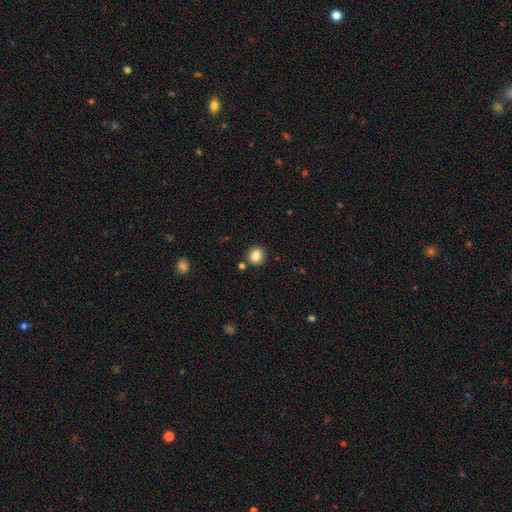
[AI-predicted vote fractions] The model was most divided on "how rounded": round: 84%, in between: 15%, cigar-shaped: 1%. More confident: merging — none (87%); smooth or featured — smooth (84%).